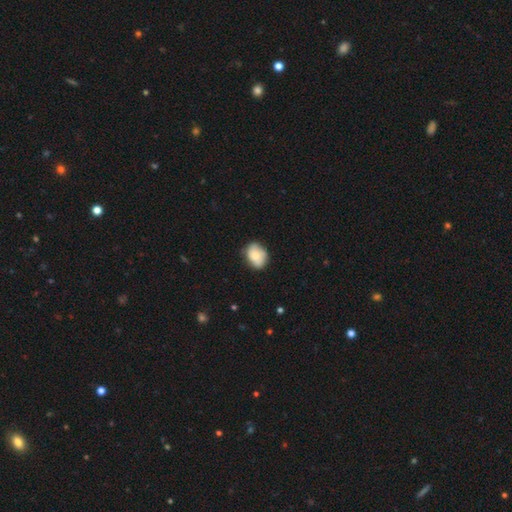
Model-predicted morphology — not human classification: Smooth or featured? smooth (78%)
How rounded? in between (68%)
Merging? none (68%)